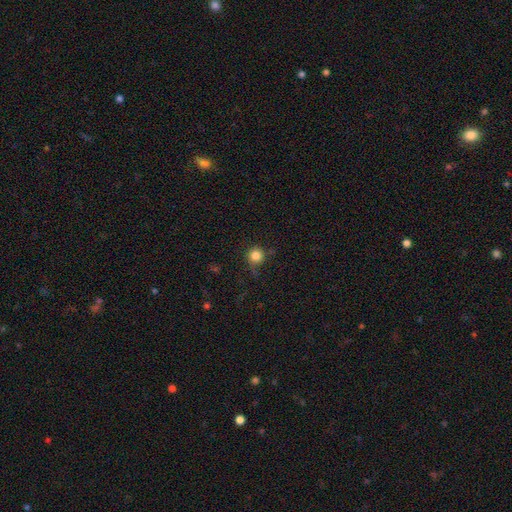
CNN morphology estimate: type=smooth (83%); roundness=round (94%); merging=none (74%).